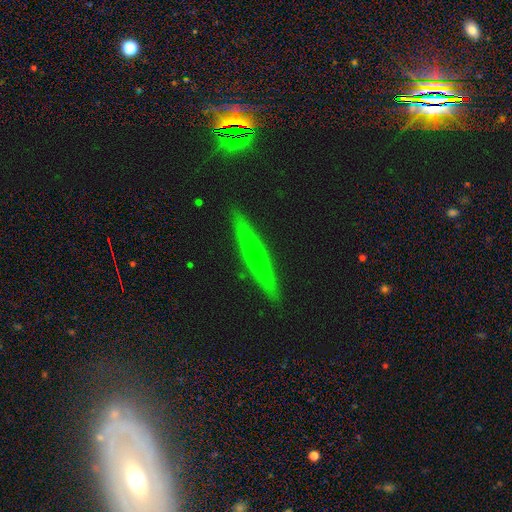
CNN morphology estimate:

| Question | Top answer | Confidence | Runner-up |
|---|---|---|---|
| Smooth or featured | featured or disk | 62% | smooth (28%) |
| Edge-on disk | yes | 93% | no (7%) |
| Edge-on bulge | rounded | 73% | none (24%) |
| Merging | none | 90% | minor disturbance (7%) |